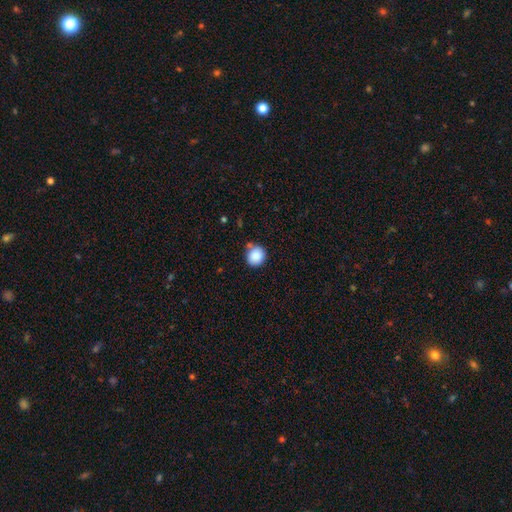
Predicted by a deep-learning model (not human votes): Smooth or featured? smooth (88%)
How rounded? round (86%)
Merging? none (74%)